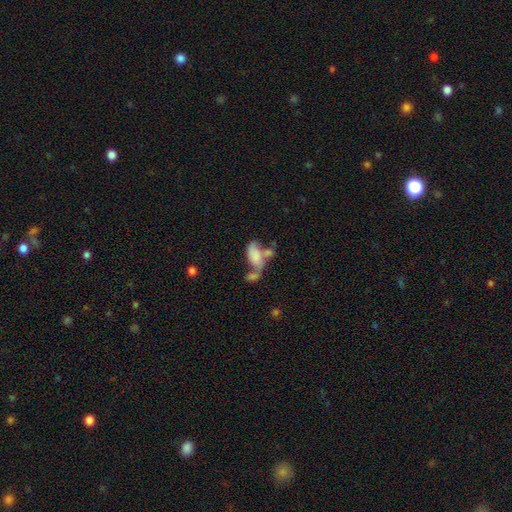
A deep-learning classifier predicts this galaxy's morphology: smooth_or_featured: smooth (p=0.67) [alt: featured or disk p=0.24]
how_rounded: in between (p=0.89) [alt: cigar-shaped p=0.07]
merging: merger (p=0.48) [alt: none p=0.21]